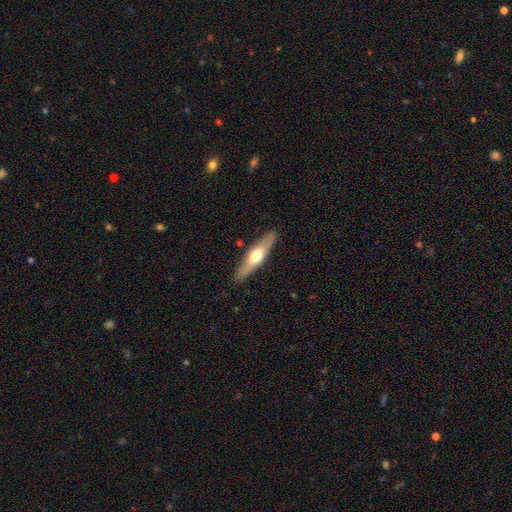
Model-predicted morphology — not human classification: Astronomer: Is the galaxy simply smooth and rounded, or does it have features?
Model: featured or disk — 50% (runner-up: smooth, 45%).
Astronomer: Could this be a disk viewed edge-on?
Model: yes — 86%.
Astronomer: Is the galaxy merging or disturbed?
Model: none — 89%.